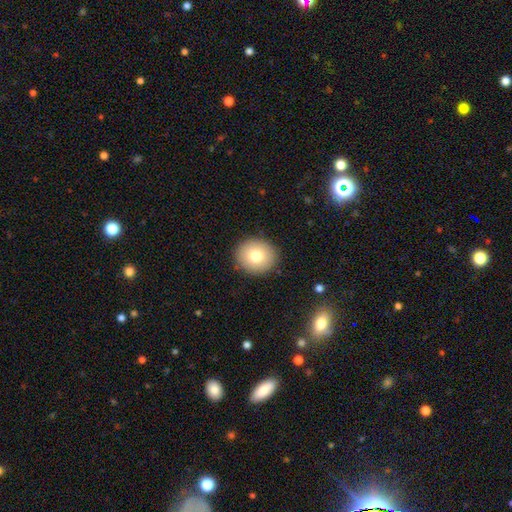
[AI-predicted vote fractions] Smooth or featured? smooth (77%)
How rounded? round (80%)
Merging? none (90%)